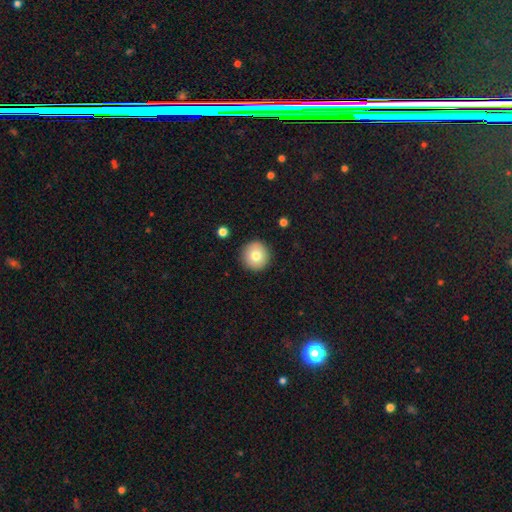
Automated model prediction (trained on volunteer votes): Q: Smooth or featured?
A: smooth (77%); runner-up: featured or disk (14%)
Q: How rounded?
A: round (95%); runner-up: in between (4%)
Q: Merging?
A: none (92%); runner-up: minor disturbance (5%)